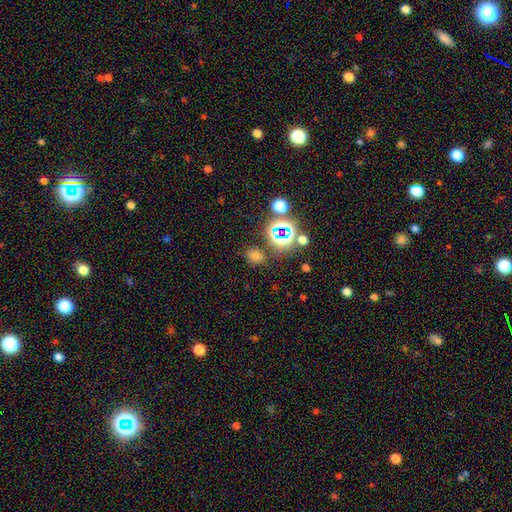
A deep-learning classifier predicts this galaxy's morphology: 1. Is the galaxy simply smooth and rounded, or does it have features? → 55% smooth, 37% star or artifact, 8% featured or disk.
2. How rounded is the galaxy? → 60% round, 39% in between, 1% cigar-shaped.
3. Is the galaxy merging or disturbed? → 78% none, 11% minor disturbance, 6% merger, 5% major disturbance.